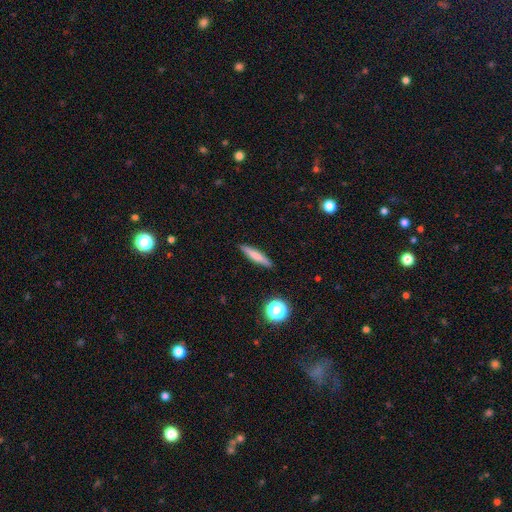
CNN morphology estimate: Smooth or featured?
  - smooth: 68% *
  - featured or disk: 24%
  - star or artifact: 8%
How rounded?
  - cigar-shaped: 88% *
  - in between: 9%
  - round: 2%
Merging?
  - none: 89% *
  - minor disturbance: 8%
  - major disturbance: 2%
  - merger: 1%